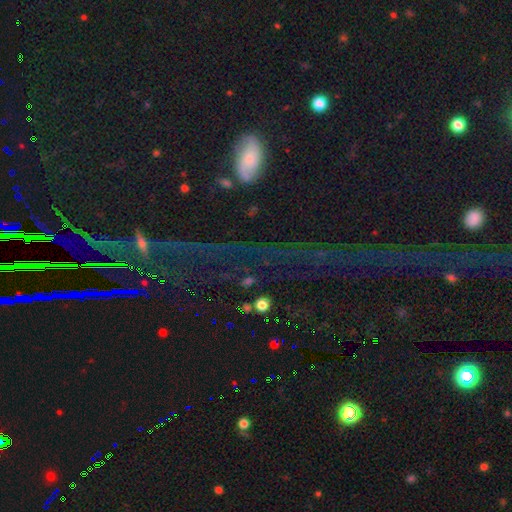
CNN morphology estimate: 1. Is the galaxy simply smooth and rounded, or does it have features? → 66% star or artifact, 19% smooth, 15% featured or disk.